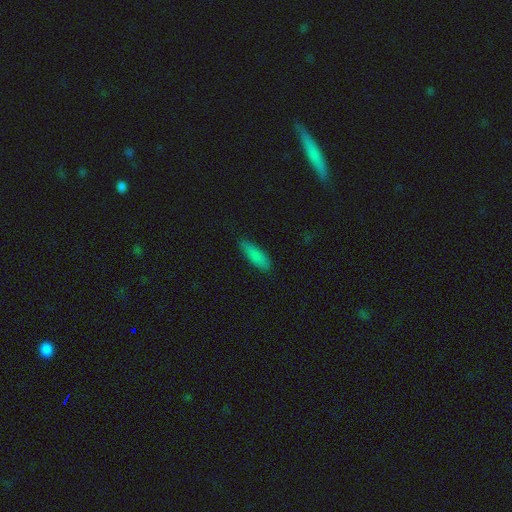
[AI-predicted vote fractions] Overall: smooth (85%). How rounded: cigar-shaped (49%, tied with in between). Merging: none (81%).